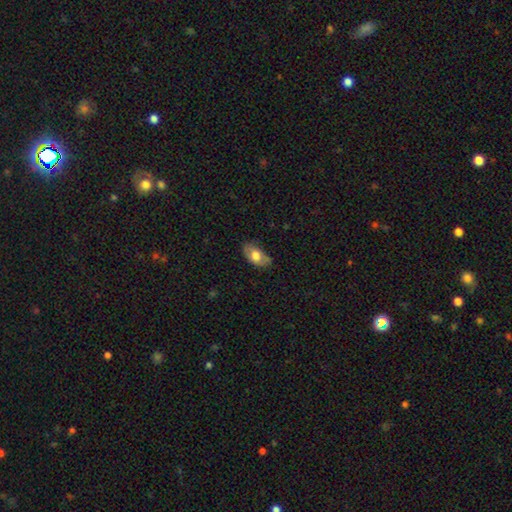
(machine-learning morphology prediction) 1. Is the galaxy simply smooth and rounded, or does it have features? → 71% smooth, 23% featured or disk, 6% star or artifact.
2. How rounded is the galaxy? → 92% in between, 5% round, 2% cigar-shaped.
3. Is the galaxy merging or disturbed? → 70% none, 24% minor disturbance, 5% major disturbance, 1% merger.